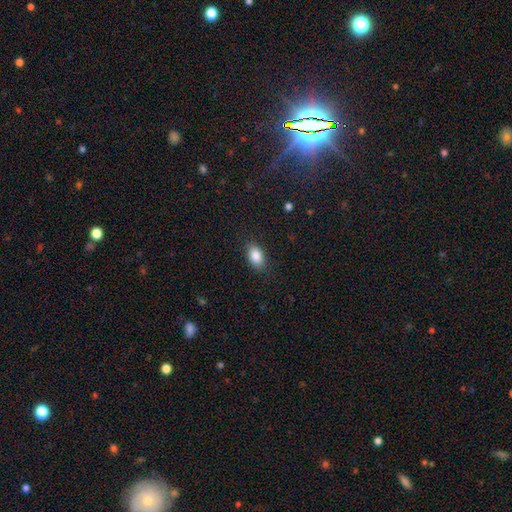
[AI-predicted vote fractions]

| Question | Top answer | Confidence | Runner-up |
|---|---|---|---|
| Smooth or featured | smooth | 87% | star or artifact (8%) |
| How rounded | in between | 89% | round (9%) |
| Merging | none | 85% | minor disturbance (11%) |